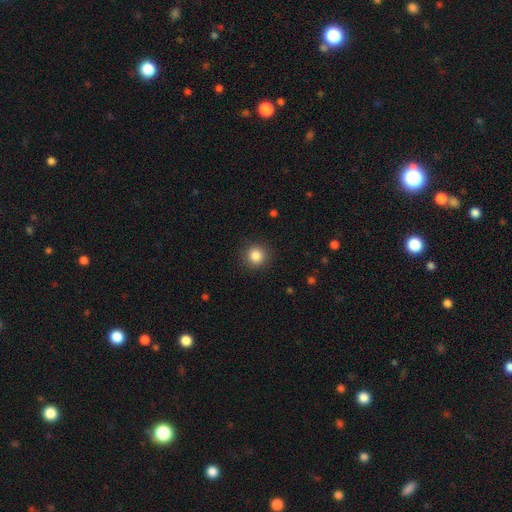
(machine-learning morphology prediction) This is clearly a smooth galaxy (85%). How rounded: clearly round (93%). Merging: clearly none (91%).